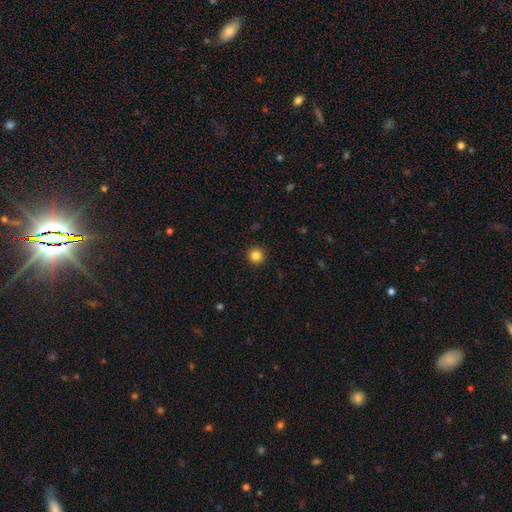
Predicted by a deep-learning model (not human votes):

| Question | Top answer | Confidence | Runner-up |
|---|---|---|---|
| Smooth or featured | smooth | 84% | star or artifact (11%) |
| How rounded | round | 94% | in between (5%) |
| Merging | none | 92% | minor disturbance (5%) |